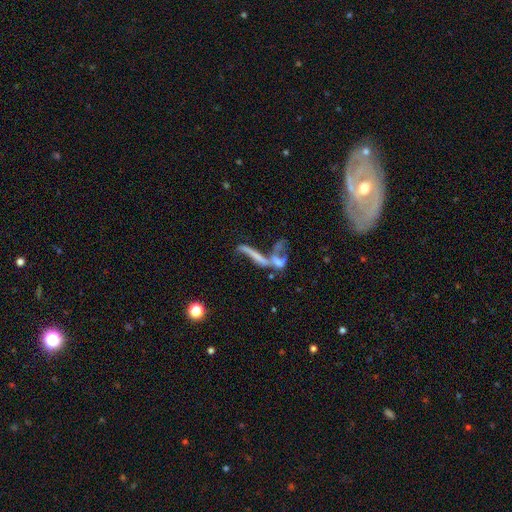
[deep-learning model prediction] smooth_or_featured: featured or disk (p=0.52) [alt: smooth p=0.34]
disk_edge_on: no (p=0.63) [alt: yes p=0.37]
merging: merger (p=0.56) [alt: major disturbance p=0.19]